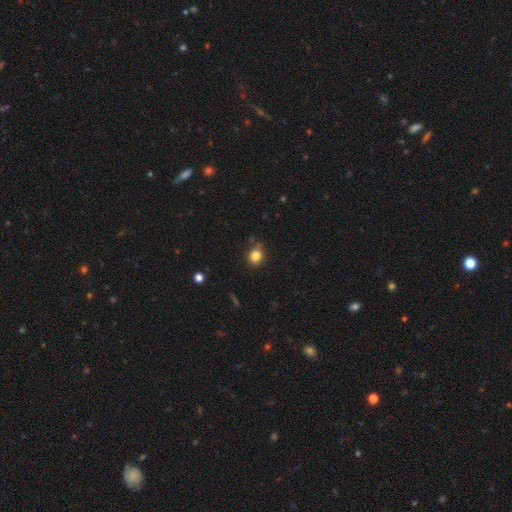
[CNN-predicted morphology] This is clearly a smooth galaxy (83%). How rounded: likely round (76%). Merging: likely none (77%).